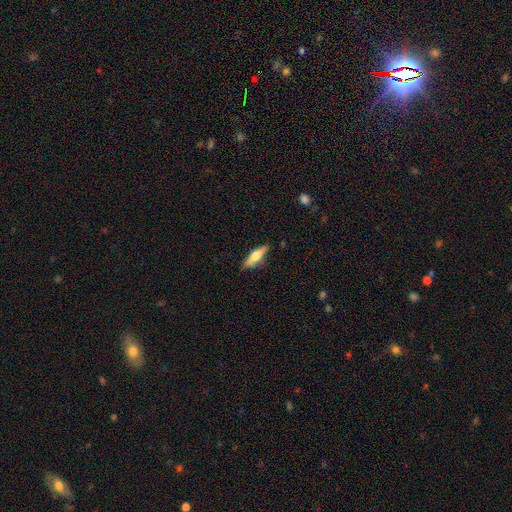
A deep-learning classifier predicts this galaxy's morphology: A smooth galaxy with no disk features (52%) that is cigar-shaped (55%). Merging: none (79%).